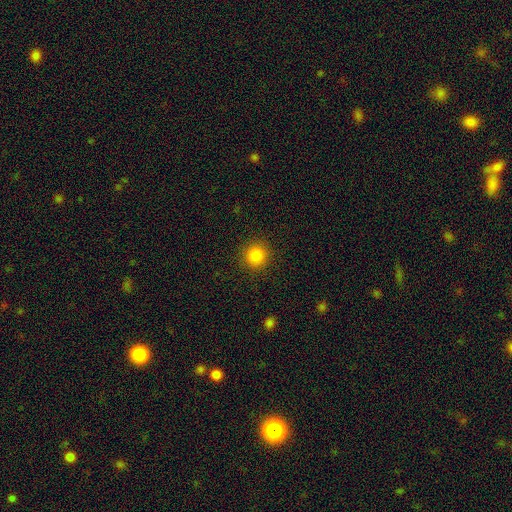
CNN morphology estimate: Smooth or featured? Predicted: smooth (p=0.85). How rounded? Predicted: round (p=0.94). Merging? Predicted: none (p=0.91).